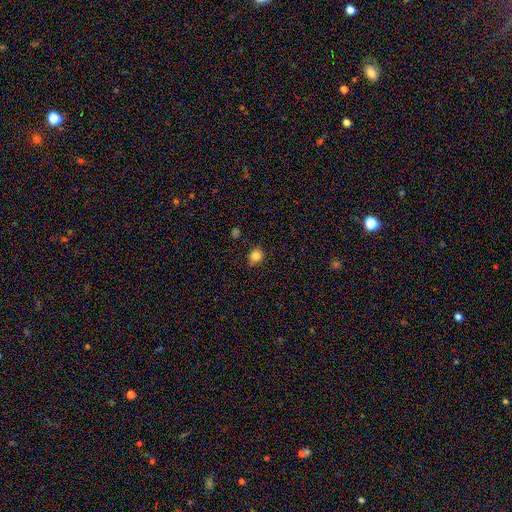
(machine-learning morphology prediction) Smooth or featured?
  - smooth: 83% *
  - star or artifact: 12%
  - featured or disk: 4%
How rounded?
  - round: 79% *
  - in between: 20%
  - cigar-shaped: 1%
Merging?
  - none: 81% *
  - minor disturbance: 14%
  - major disturbance: 3%
  - merger: 2%